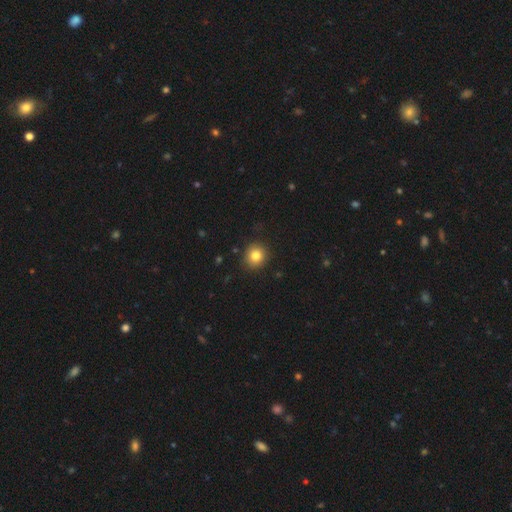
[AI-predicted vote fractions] Smooth or featured: smooth — 82% (star or artifact — 11%)
How rounded: round — 87% (in between — 12%)
Merging: none — 90% (minor disturbance — 7%)